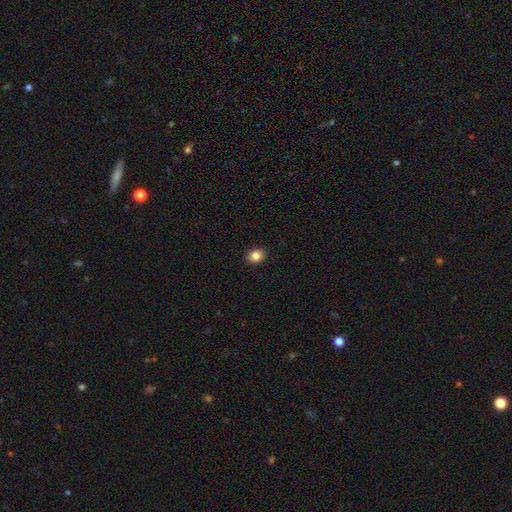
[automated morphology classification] This appears to be a smooth galaxy with no disk features (84%) that is round (56%). Merging: none (92%).